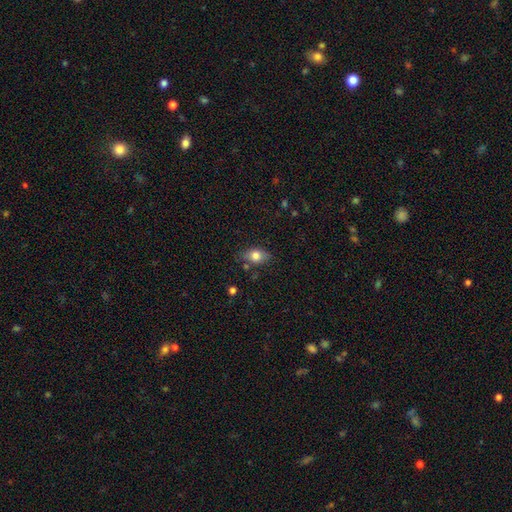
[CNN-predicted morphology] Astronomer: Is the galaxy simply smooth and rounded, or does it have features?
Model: smooth — 77%.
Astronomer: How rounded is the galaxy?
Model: in between — 82%.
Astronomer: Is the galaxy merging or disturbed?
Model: none — 77%.